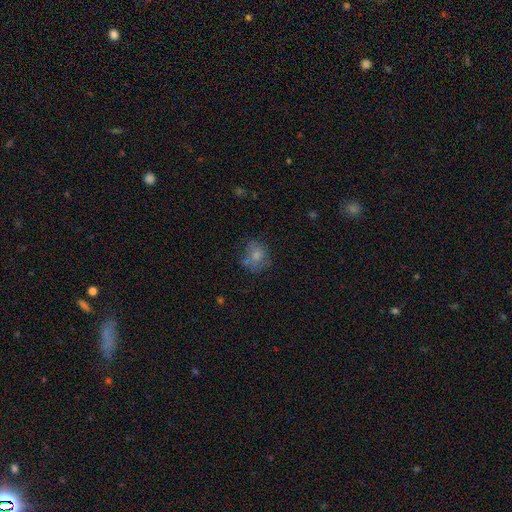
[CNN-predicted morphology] Overall: smooth (68%). How rounded: round (61%; in between 38%). Merging: none (51%; minor disturbance 24%).